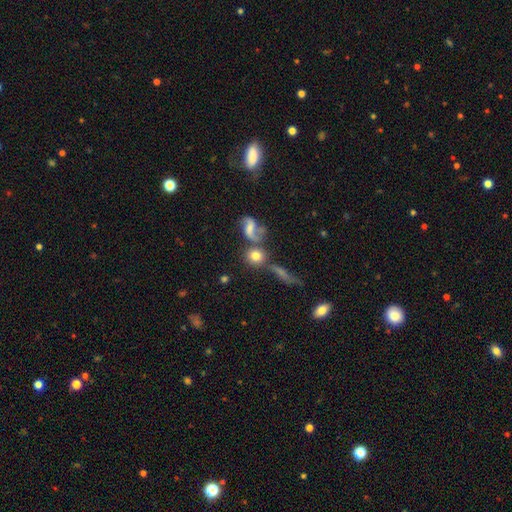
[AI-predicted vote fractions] This appears to be a smooth galaxy with no disk features (72%) that is round (79%). Merging: none (54%).